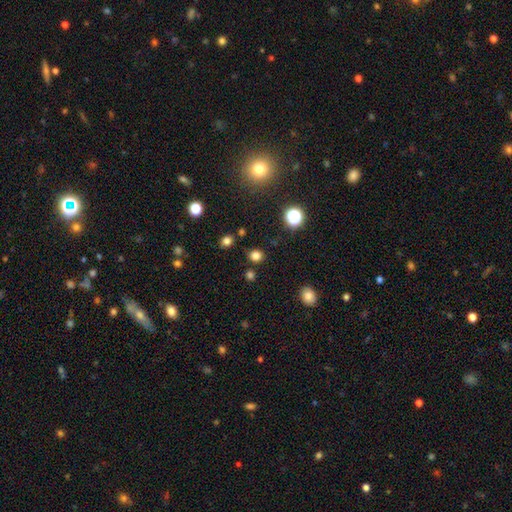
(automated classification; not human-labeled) Q: Smooth or featured?
A: smooth (77%); runner-up: star or artifact (19%)
Q: How rounded?
A: round (82%); runner-up: in between (17%)
Q: Merging?
A: none (85%); runner-up: minor disturbance (9%)